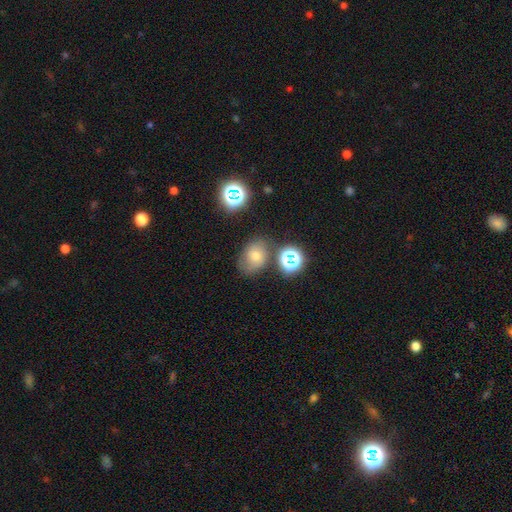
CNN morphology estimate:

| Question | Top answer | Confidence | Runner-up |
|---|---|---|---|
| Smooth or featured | smooth | 60% | star or artifact (21%) |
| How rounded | in between | 61% | round (38%) |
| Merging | none | 65% | minor disturbance (20%) |